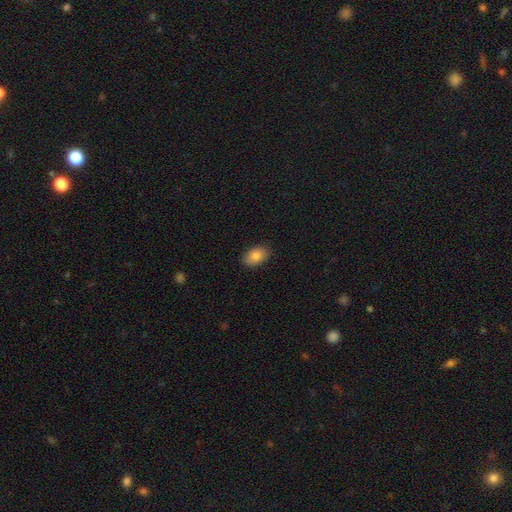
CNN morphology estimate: A smooth galaxy with no disk features (85%) that is in between round and cigar-shaped (89%). Merging: none (87%).